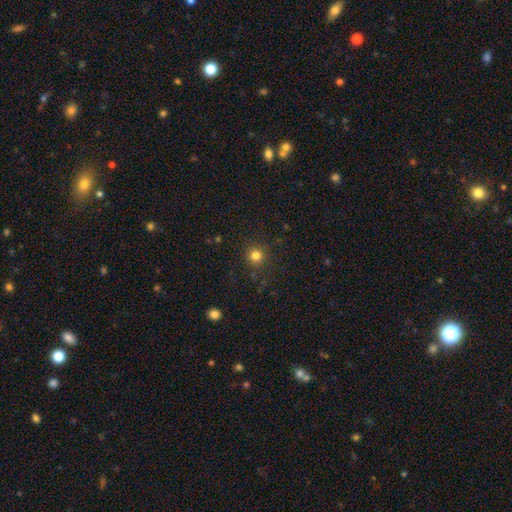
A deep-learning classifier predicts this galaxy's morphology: This is clearly a smooth galaxy (81%). How rounded: clearly round (93%). Merging: clearly none (88%).